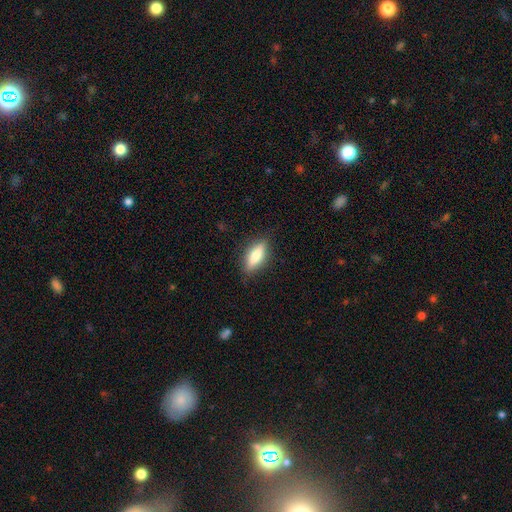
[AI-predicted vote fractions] Morphology: type=smooth (70%); roundness=in between (58%); merging=none (85%).